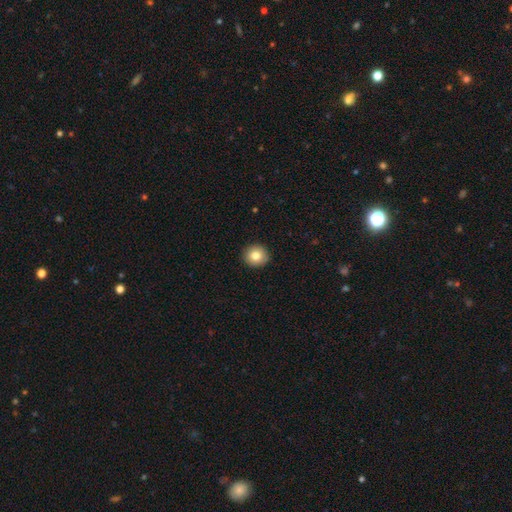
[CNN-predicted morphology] smooth-or-featured: smooth: 81% | star or artifact: 10% | featured or disk: 9%
  how-rounded: round: 91% | in between: 8% | cigar-shaped: 1%
  merging: none: 92% | minor disturbance: 5% | major disturbance: 2% | merger: 1%